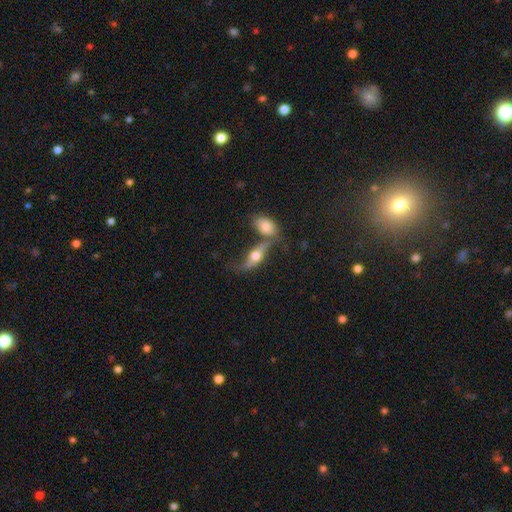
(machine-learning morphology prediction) smooth-or-featured: featured or disk: 57% | smooth: 36% | star or artifact: 7%
  disk-edge-on: yes: 54% | no: 46%
  merging: none: 44% | merger: 30% | minor disturbance: 16% | major disturbance: 10%